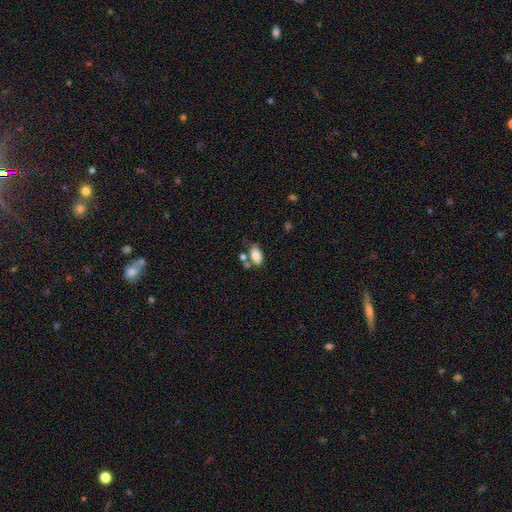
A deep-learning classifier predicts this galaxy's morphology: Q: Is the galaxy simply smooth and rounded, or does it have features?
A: smooth — 81%.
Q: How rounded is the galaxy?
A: in between — 93%.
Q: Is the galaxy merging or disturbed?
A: none — 50%.